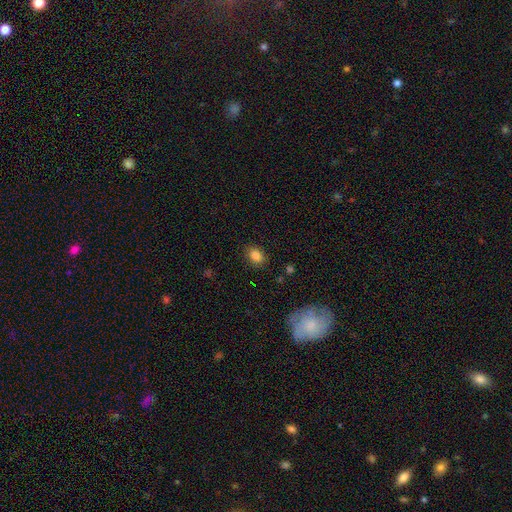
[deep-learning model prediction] This appears to be a smooth galaxy with no disk features (85%) that is in between round and cigar-shaped (65%). Merging: none (86%).